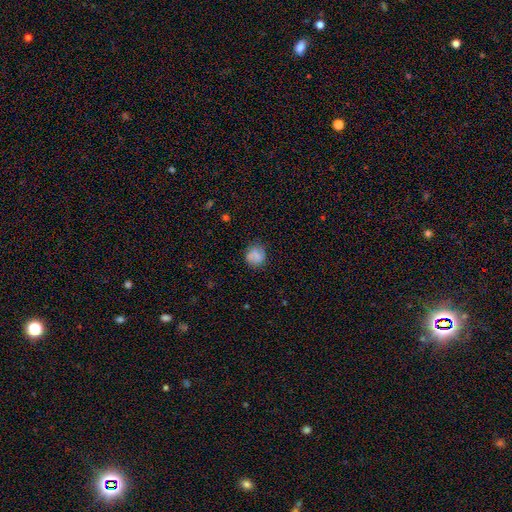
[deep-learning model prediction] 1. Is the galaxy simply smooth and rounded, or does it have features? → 65% smooth, 23% featured or disk, 11% star or artifact.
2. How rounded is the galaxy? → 83% round, 16% in between, 1% cigar-shaped.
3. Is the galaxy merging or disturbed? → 77% none, 16% minor disturbance, 5% major disturbance, 2% merger.